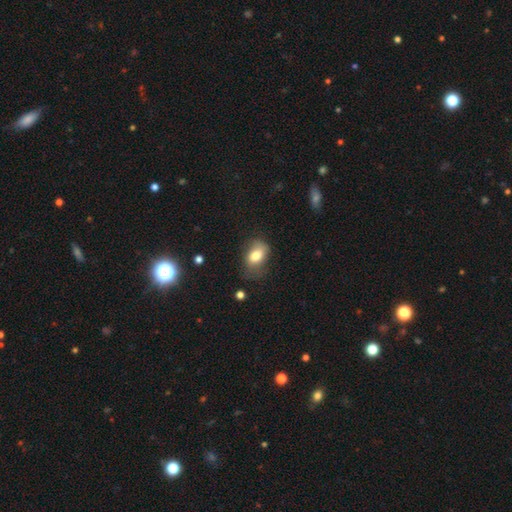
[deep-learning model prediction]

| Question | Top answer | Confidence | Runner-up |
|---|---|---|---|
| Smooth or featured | smooth | 77% | featured or disk (14%) |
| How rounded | in between | 83% | round (15%) |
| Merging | none | 55% | minor disturbance (30%) |